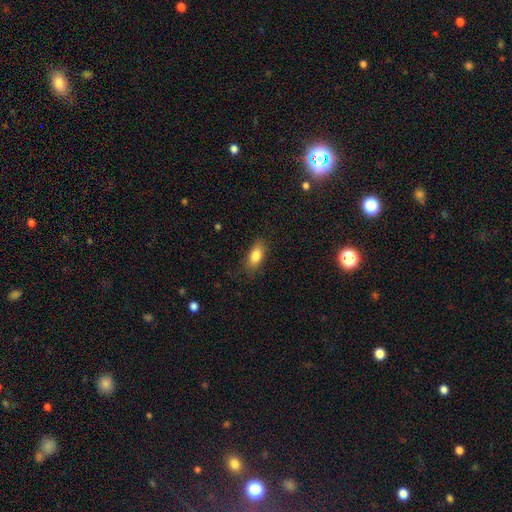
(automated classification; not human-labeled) A smooth galaxy with no disk features (83%) that is in between round and cigar-shaped (85%). Merging: none (81%).